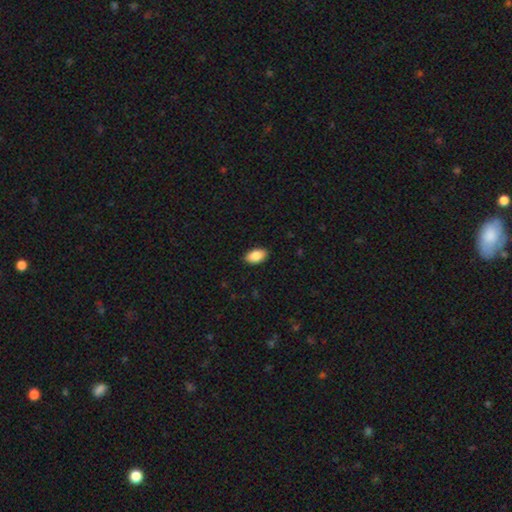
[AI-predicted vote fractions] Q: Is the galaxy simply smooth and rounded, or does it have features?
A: smooth — 88%.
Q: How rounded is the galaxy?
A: in between — 93%.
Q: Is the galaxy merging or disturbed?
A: none — 89%.